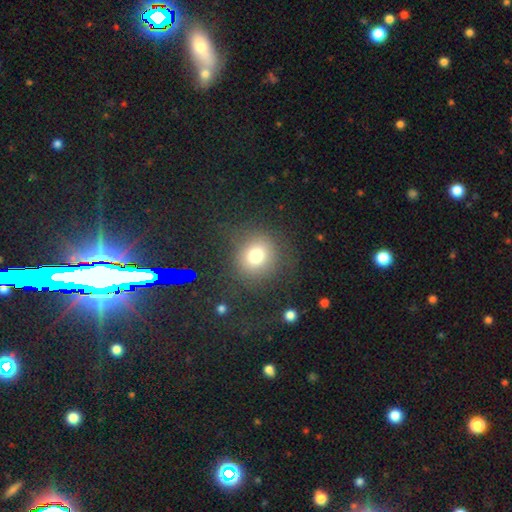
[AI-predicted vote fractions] smooth 75%, star or artifact 15%, featured or disk 10%. Down the decision tree: how rounded — round (87%); merging — none (79%).